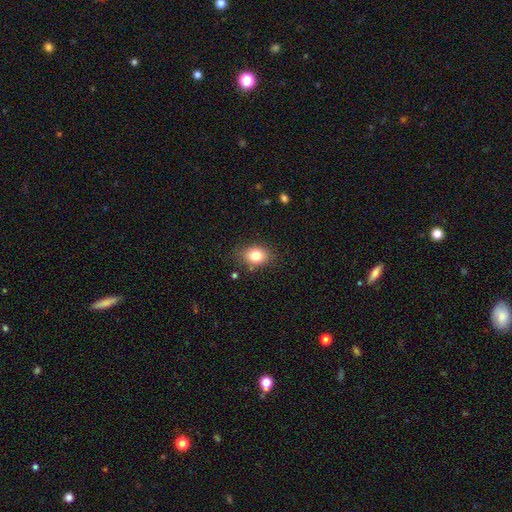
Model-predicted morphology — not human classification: The model was most divided on "how rounded": in between: 63%, round: 35%, cigar-shaped: 1%. More confident: smooth or featured — smooth (81%); merging — none (81%).